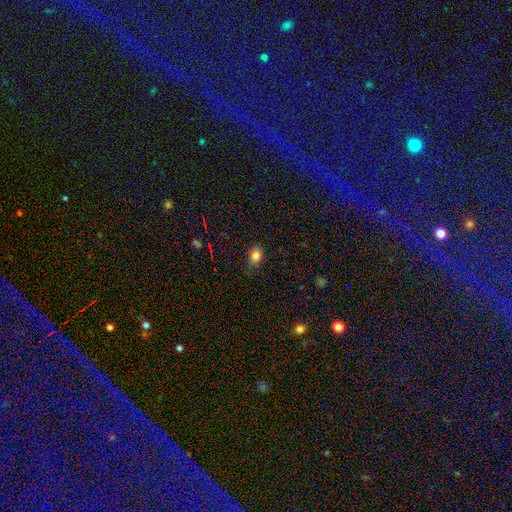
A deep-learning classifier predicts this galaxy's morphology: This is clearly a smooth galaxy (84%). How rounded: likely in between (72%). Merging: likely none (79%).